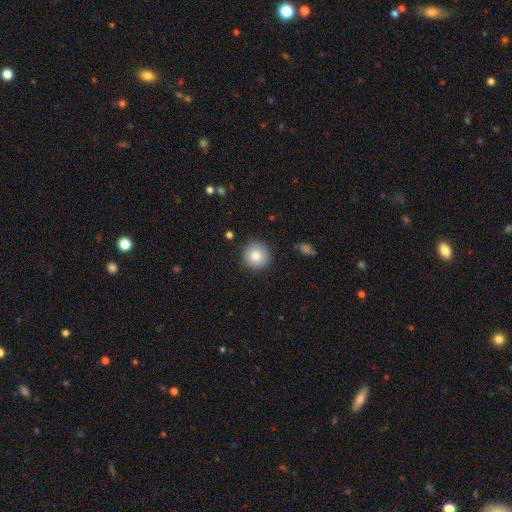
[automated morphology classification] A smooth galaxy with no disk features (83%) that is round (95%).

Vote fractions:
- Smooth or featured? smooth: 83% / featured or disk: 9% / star or artifact: 9%
- How rounded? round: 95% / in between: 4% / cigar-shaped: 1%
- Merging? none: 89% / minor disturbance: 8% / major disturbance: 2% / merger: 1%